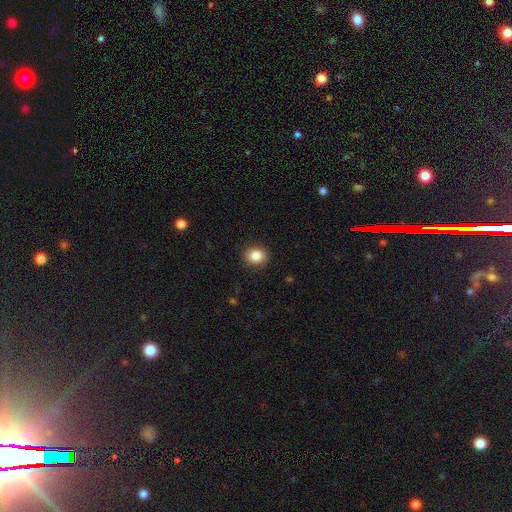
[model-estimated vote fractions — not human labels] The model was most divided on "how rounded": round: 67%, in between: 32%, cigar-shaped: 1%. More confident: merging — none (90%); smooth or featured — smooth (86%).